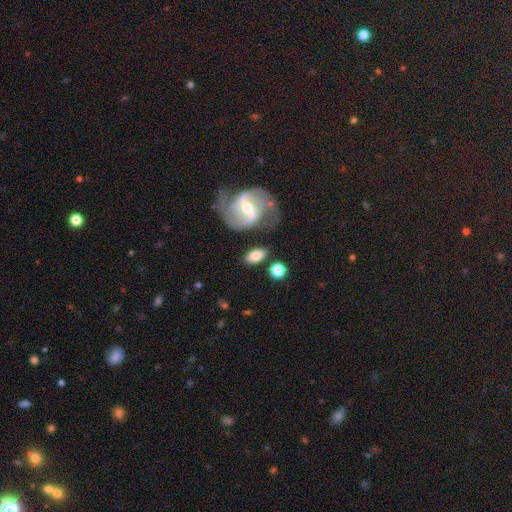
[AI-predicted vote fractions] smooth-or-featured: smooth: 67% | featured or disk: 26% | star or artifact: 7%
  how-rounded: in between: 88% | round: 8% | cigar-shaped: 4%
  merging: none: 74% | minor disturbance: 14% | merger: 7% | major disturbance: 6%